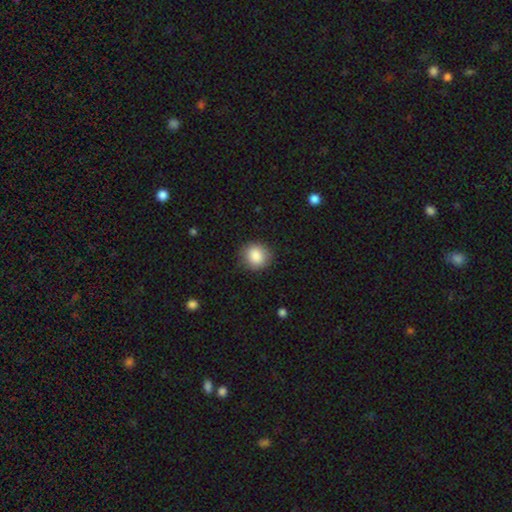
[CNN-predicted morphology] Smooth or featured: smooth — 87% (star or artifact — 8%)
How rounded: round — 86% (in between — 13%)
Merging: none — 86% (minor disturbance — 10%)